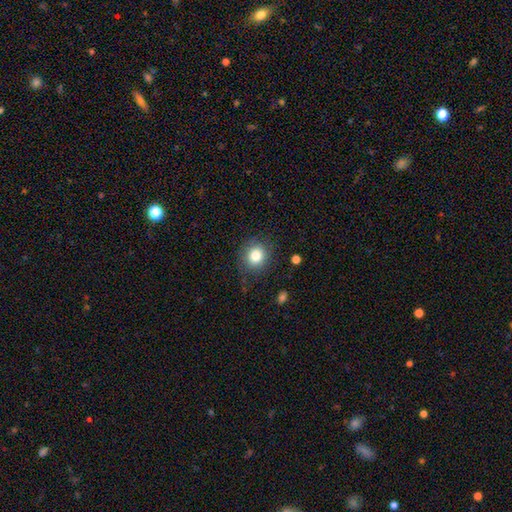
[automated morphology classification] This appears to be a smooth galaxy with no disk features (81%) that is round (81%). Merging: none (84%).